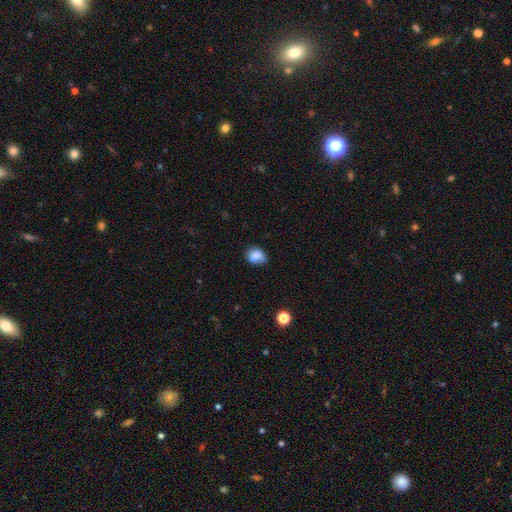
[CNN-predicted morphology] smooth 84%, star or artifact 9%, featured or disk 6%. Down the decision tree: how rounded — in between (52%); merging — none (65%).